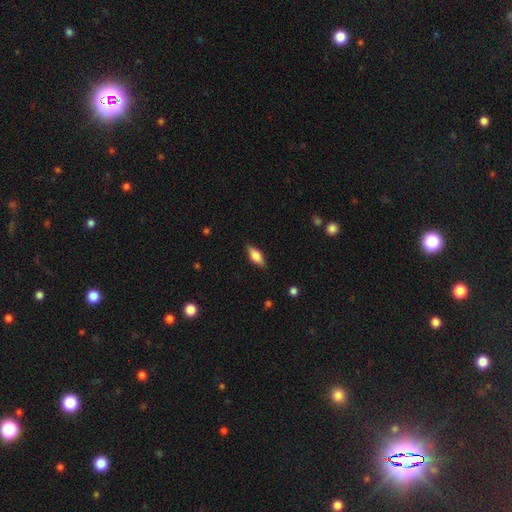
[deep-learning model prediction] Morphology: type=smooth (70%); roundness=in between (77%); merging=none (84%).